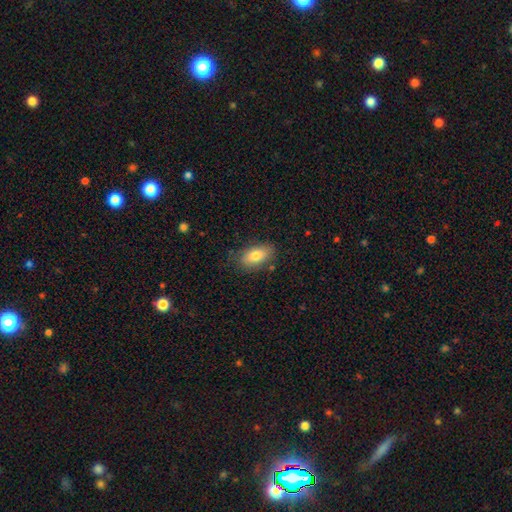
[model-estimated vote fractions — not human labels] Smooth or featured: smooth — 78% (featured or disk — 14%)
How rounded: in between — 90% (round — 6%)
Merging: none — 78% (minor disturbance — 16%)